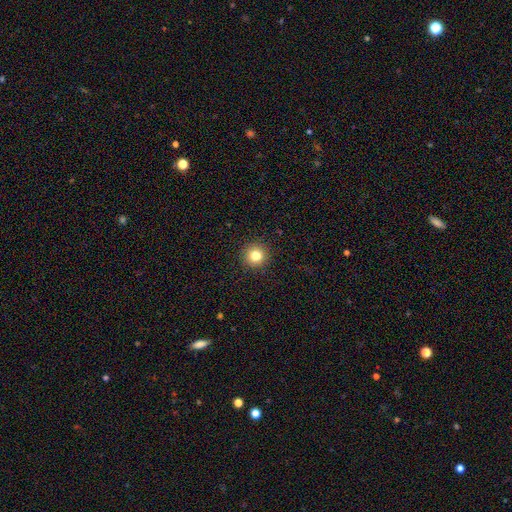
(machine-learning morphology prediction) Q: Smooth or featured?
A: smooth (81%); runner-up: star or artifact (12%)
Q: How rounded?
A: round (94%); runner-up: in between (5%)
Q: Merging?
A: none (92%); runner-up: minor disturbance (5%)